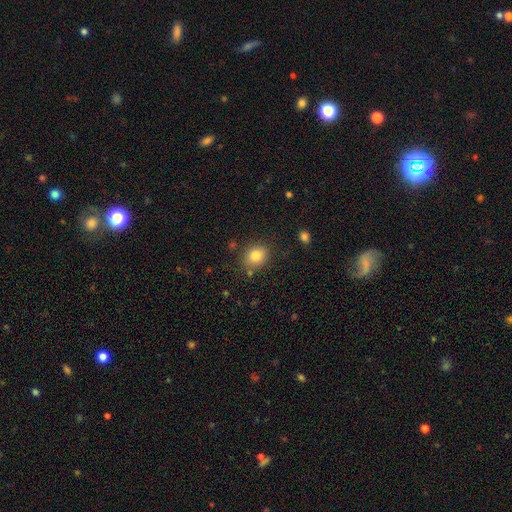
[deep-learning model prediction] Q: Smooth or featured?
A: smooth (81%); runner-up: star or artifact (11%)
Q: How rounded?
A: round (62%); runner-up: in between (37%)
Q: Merging?
A: none (81%); runner-up: minor disturbance (12%)